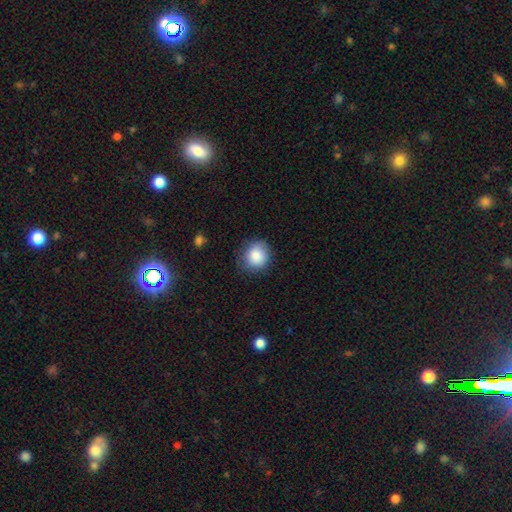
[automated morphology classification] This appears to be a smooth galaxy with no disk features (86%) that is round (83%). Merging: none (79%).